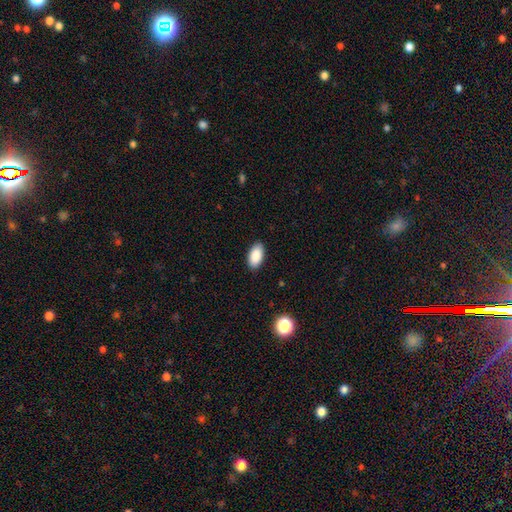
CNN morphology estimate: This appears to be a smooth galaxy with no disk features (88%) that is in between round and cigar-shaped (94%). Merging: none (89%).